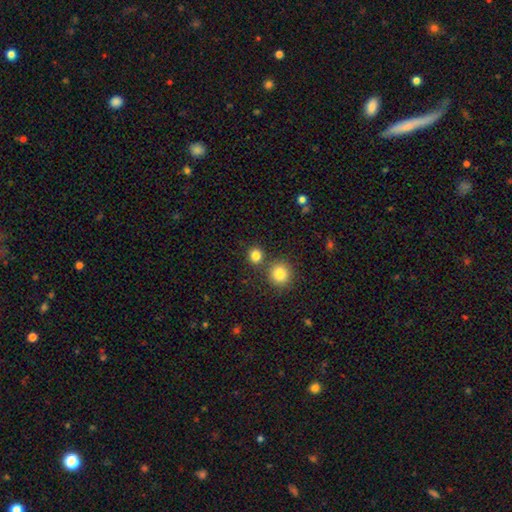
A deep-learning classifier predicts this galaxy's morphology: This appears to be a smooth galaxy with no disk features (83%) that is round (86%). Merging: none (77%).